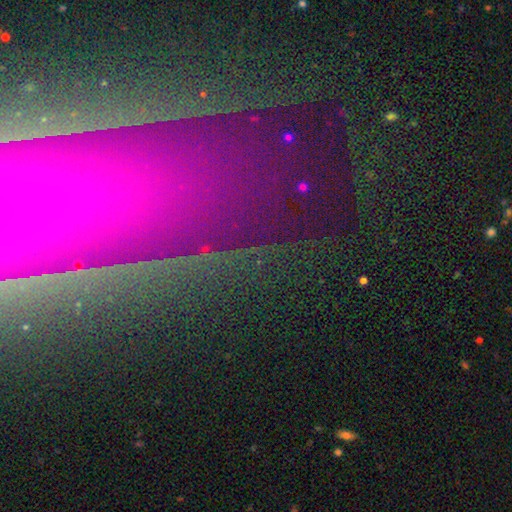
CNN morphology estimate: Smooth or featured? Predicted: star or artifact (p=0.61).